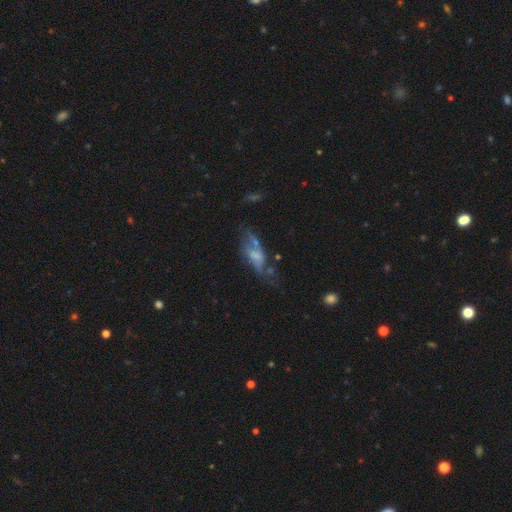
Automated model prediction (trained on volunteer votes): Smooth or featured: featured or disk — 48% (smooth — 42%)
Merging: major disturbance — 31% (none — 29%)